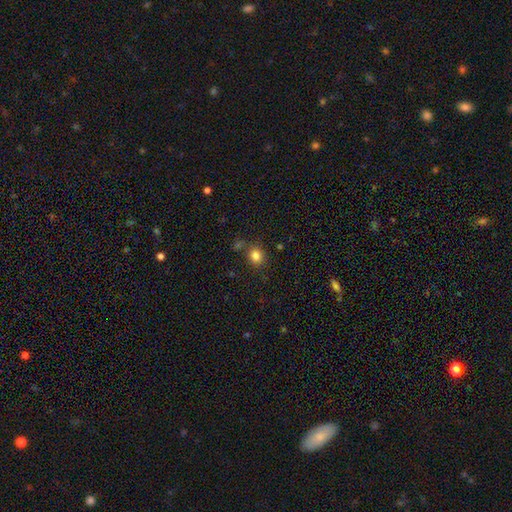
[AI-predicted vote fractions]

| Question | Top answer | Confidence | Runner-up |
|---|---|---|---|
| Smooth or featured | smooth | 83% | star or artifact (12%) |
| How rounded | round | 74% | in between (25%) |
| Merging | none | 75% | minor disturbance (12%) |